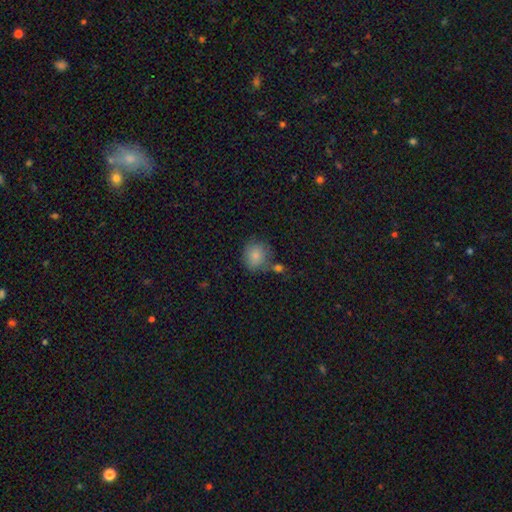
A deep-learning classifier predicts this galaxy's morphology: Overall: smooth (82%). How rounded: round (81%). Merging: none (61%).